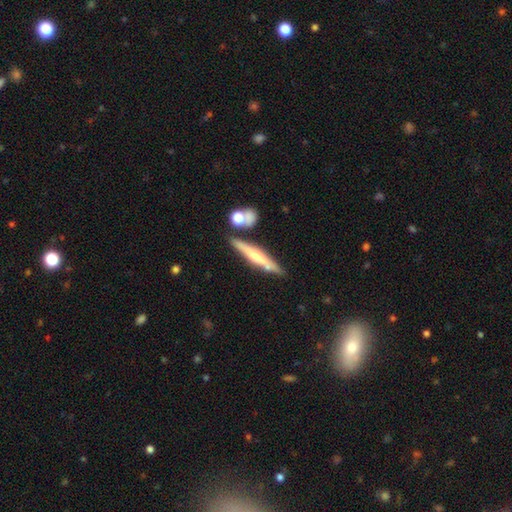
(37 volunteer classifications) This appears to be a featured or disk galaxy (65%) viewed edge-on (88%) with a rounded central bulge (76%). Merging: none (69%).